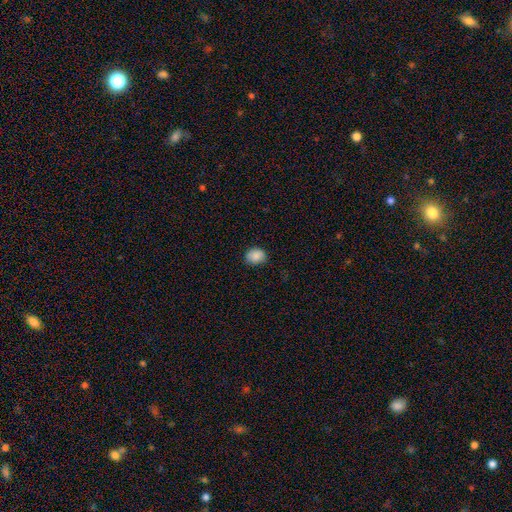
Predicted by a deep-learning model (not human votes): A smooth galaxy with no disk features (87%) that is round (52%). Merging: none (82%).